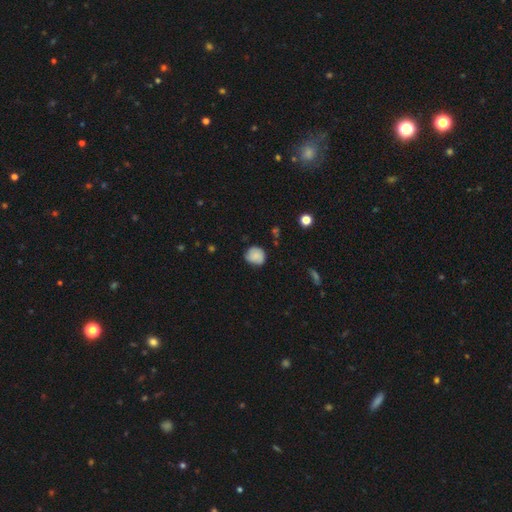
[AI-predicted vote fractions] Q: Smooth or featured?
A: smooth (67%); runner-up: featured or disk (24%)
Q: How rounded?
A: round (78%); runner-up: in between (21%)
Q: Merging?
A: none (71%); runner-up: minor disturbance (23%)